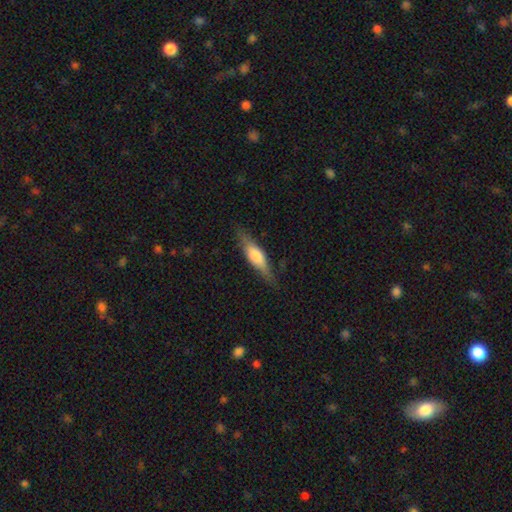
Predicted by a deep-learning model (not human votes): The model was most divided on "smooth or featured": smooth: 55%, featured or disk: 38%, star or artifact: 6%. More confident: merging — none (79%); how rounded — cigar-shaped (61%).